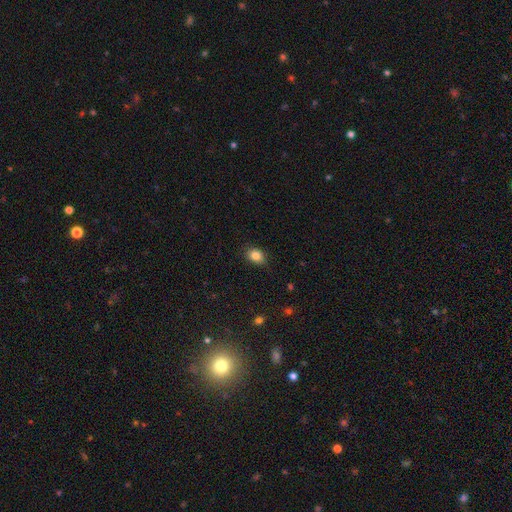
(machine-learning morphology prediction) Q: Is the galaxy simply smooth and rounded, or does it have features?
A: smooth — 84%.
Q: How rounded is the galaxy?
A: in between — 65%.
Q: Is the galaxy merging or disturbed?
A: none — 82%.